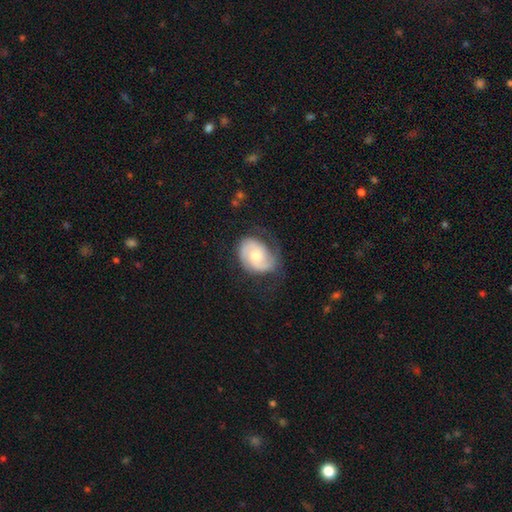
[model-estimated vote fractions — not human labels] Morphology: type=featured or disk (61%); edge-on=no (97%); bar=no (67%); spiral arms=yes (86%); winding=medium (41%); arm count=2 (65%); bulge=moderate (60%); merging=none (54%).